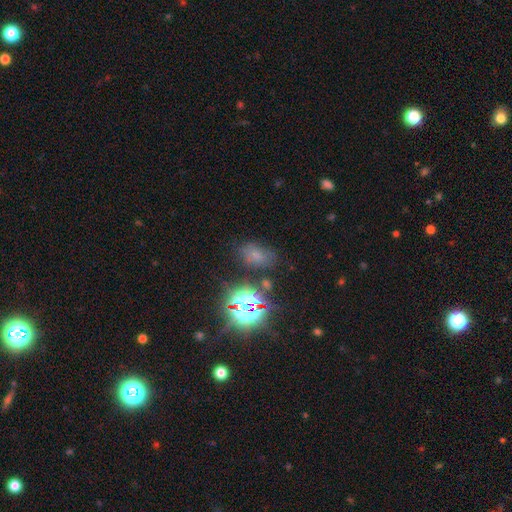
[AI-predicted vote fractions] This is possibly a smooth galaxy (55%). How rounded: clearly in between (81%). Merging: likely none (65%).